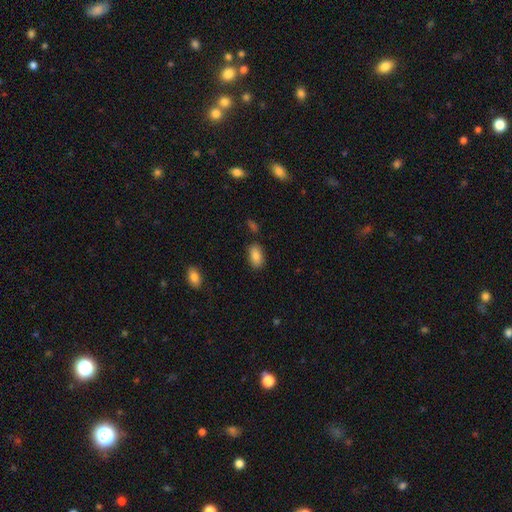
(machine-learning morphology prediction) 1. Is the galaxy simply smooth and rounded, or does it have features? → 84% smooth, 8% featured or disk, 8% star or artifact.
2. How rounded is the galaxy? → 91% in between, 6% round, 2% cigar-shaped.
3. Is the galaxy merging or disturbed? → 83% none, 12% minor disturbance, 3% merger, 3% major disturbance.